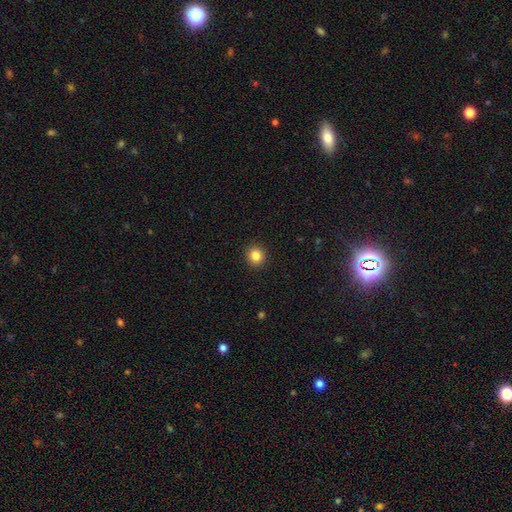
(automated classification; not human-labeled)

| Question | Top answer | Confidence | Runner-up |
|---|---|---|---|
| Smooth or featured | smooth | 84% | star or artifact (11%) |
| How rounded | round | 90% | in between (9%) |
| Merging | none | 93% | minor disturbance (5%) |